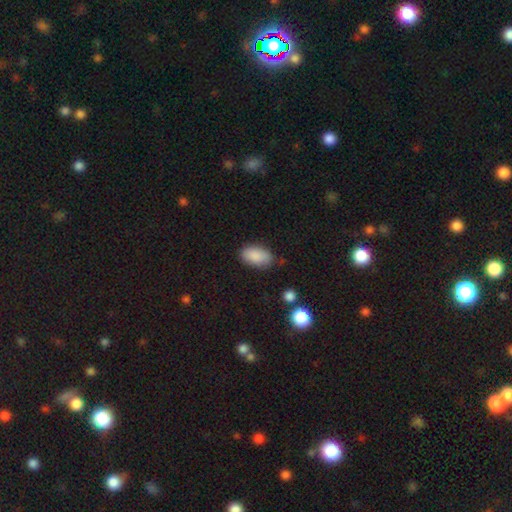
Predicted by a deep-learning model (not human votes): This appears to be a smooth galaxy with no disk features (88%) that is in between round and cigar-shaped (94%). Merging: none (79%).